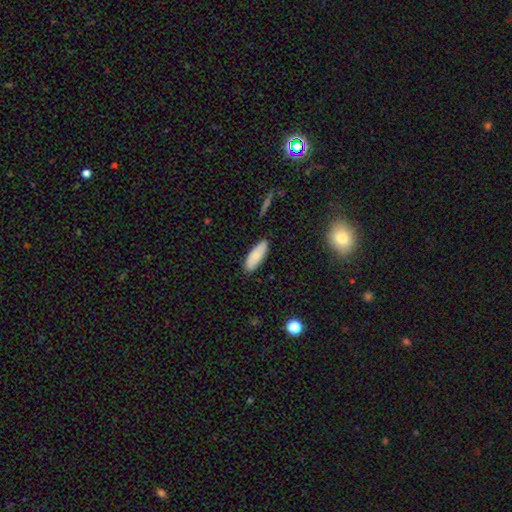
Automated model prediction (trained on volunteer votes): Smooth or featured?
  - smooth: 79% *
  - featured or disk: 14%
  - star or artifact: 6%
How rounded?
  - in between: 71% *
  - cigar-shaped: 27%
  - round: 2%
Merging?
  - none: 85% *
  - minor disturbance: 11%
  - major disturbance: 2%
  - merger: 2%